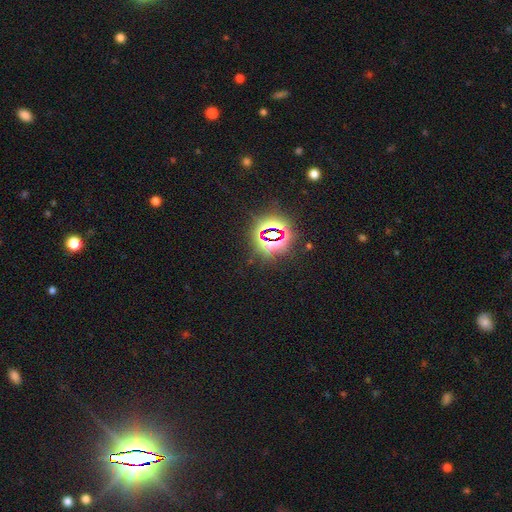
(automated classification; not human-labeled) A star or artifact, not a galaxy (82%).

Vote fractions:
- Smooth or featured? star or artifact: 82% / smooth: 11% / featured or disk: 6%